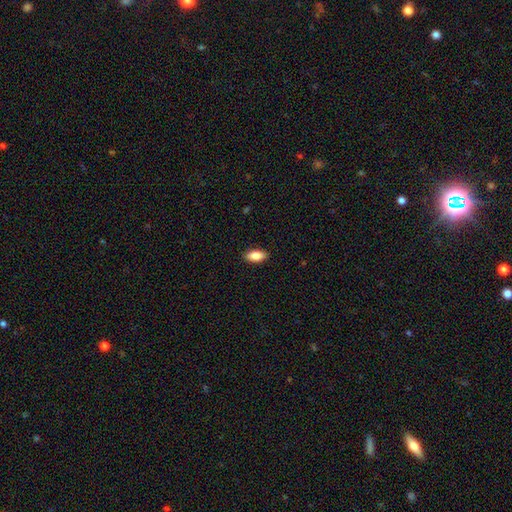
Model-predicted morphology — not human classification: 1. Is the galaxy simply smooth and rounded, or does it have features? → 85% smooth, 9% featured or disk, 7% star or artifact.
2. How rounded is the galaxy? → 90% in between, 7% cigar-shaped, 3% round.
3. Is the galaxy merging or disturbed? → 90% none, 7% minor disturbance, 2% major disturbance, 1% merger.